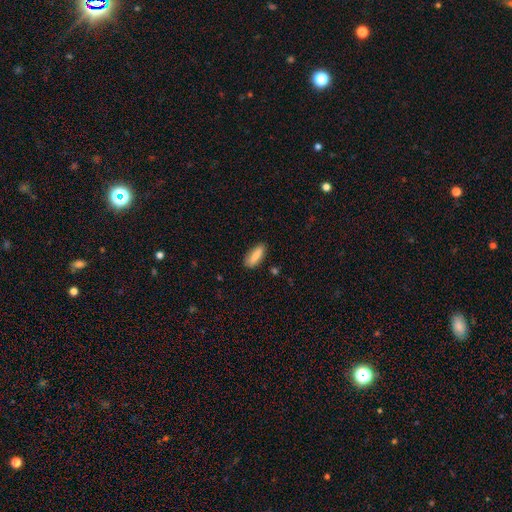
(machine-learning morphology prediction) Overall: smooth (86%). How rounded: in between (70%). Merging: none (82%).